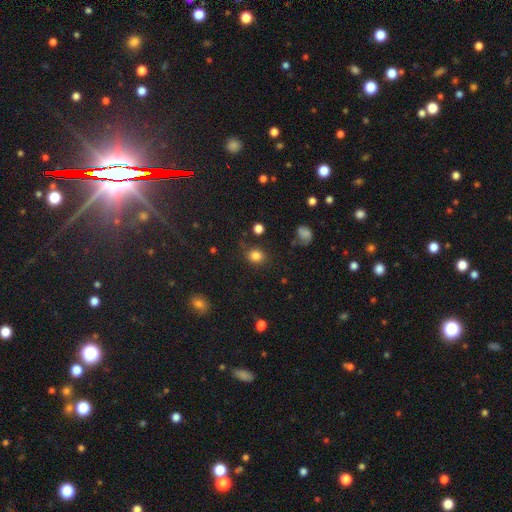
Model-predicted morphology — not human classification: This appears to be a smooth galaxy with no disk features (82%) that is round (71%). Merging: none (78%).